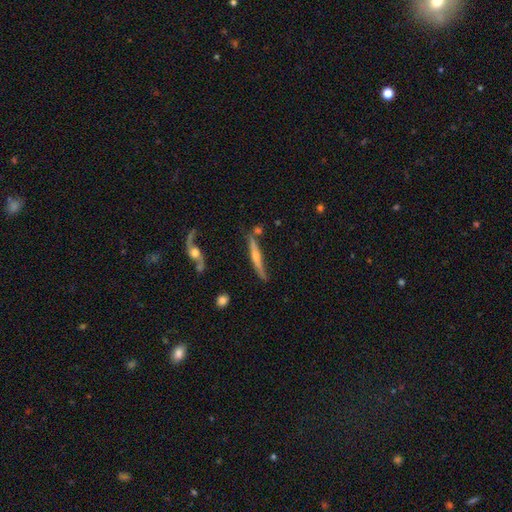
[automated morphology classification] featured or disk 75%, smooth 20%, star or artifact 6%. Down the decision tree: edge-on disk — yes (94%); edge-on bulge — rounded (80%); merging — none (70%).